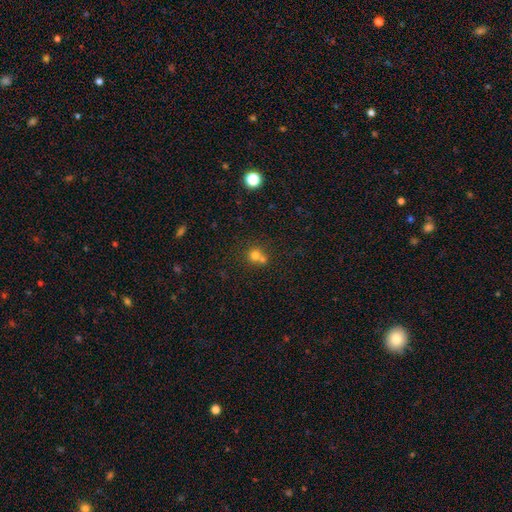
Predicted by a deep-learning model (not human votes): A smooth galaxy with no disk features (73%) that is round (87%).

Vote fractions:
- Smooth or featured? smooth: 73% / star or artifact: 15% / featured or disk: 12%
- How rounded? round: 87% / in between: 12% / cigar-shaped: 1%
- Merging? merger: 48% / none: 43% / minor disturbance: 6% / major disturbance: 3%